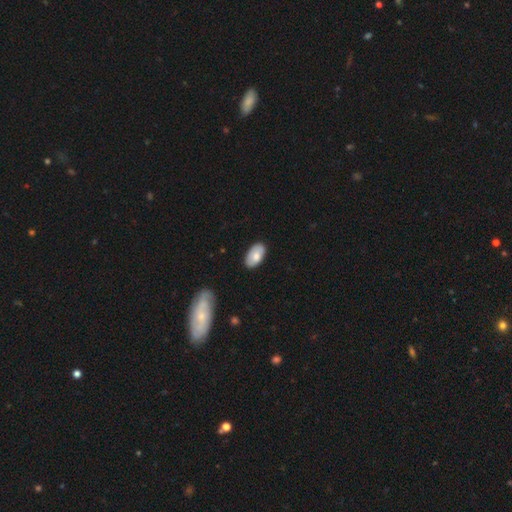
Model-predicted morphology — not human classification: This appears to be a smooth galaxy with no disk features (78%) that is in between round and cigar-shaped (95%). Merging: none (84%).